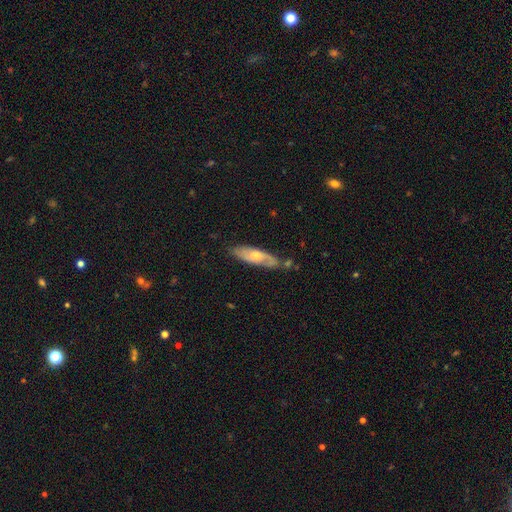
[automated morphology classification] Smooth or featured? featured or disk (55%)
Edge-on disk? no (69%)
Merging? none (69%)